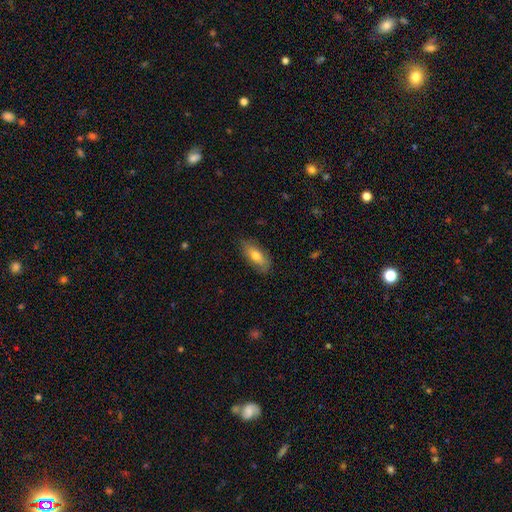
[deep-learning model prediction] A smooth galaxy with no disk features (71%) that is in between round and cigar-shaped (79%).

Vote fractions:
- Smooth or featured? smooth: 71% / featured or disk: 22% / star or artifact: 7%
- How rounded? in between: 79% / cigar-shaped: 18% / round: 3%
- Merging? none: 83% / minor disturbance: 13% / major disturbance: 3% / merger: 1%